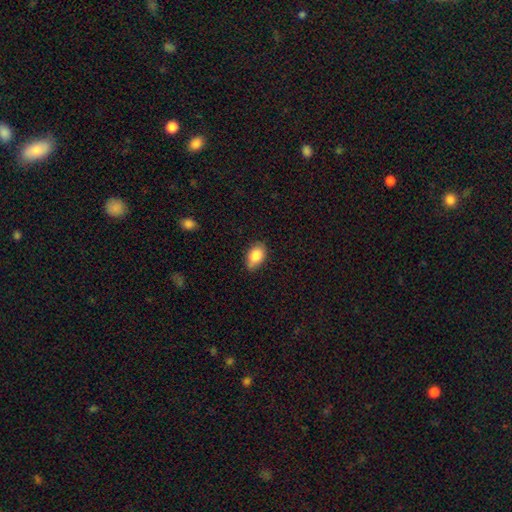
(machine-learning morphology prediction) type=smooth (85%); roundness=in between (88%); merging=none (74%).